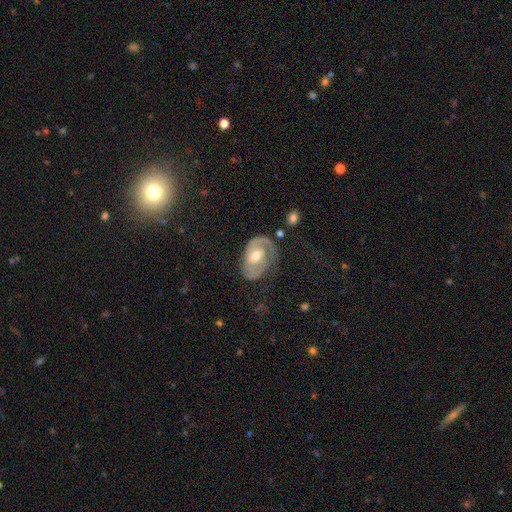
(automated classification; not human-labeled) This appears to be a featured or disk galaxy (82%) with no bar (50%), 2 (63%) tight (50%) spiral arms (91%) and a moderate central bulge (71%). Merging: none (66%).